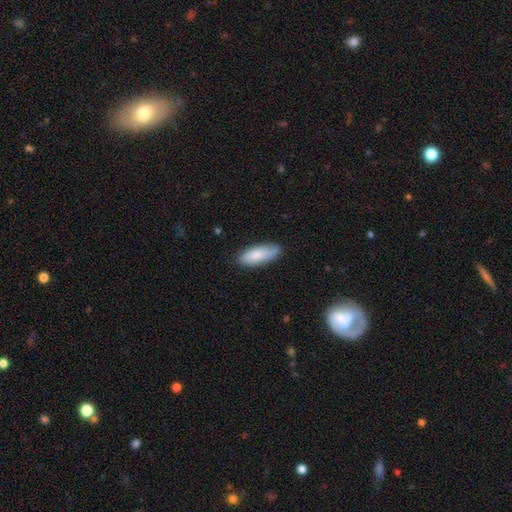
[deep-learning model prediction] This appears to be a smooth galaxy with no disk features (81%) that is in between round and cigar-shaped (71%). Merging: none (78%).